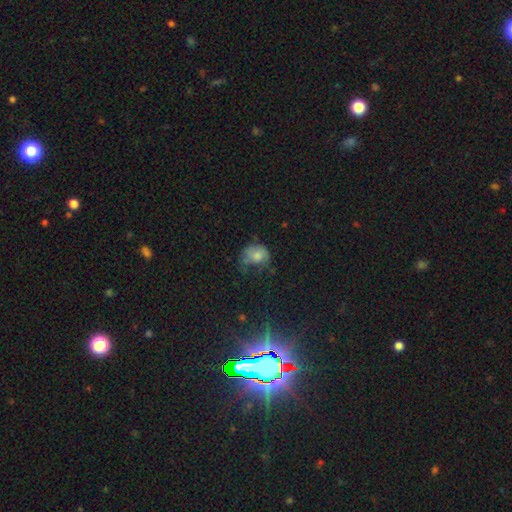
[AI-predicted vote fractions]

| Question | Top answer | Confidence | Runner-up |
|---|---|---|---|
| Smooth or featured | smooth | 60% | featured or disk (21%) |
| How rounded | in between | 52% | round (47%) |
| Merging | none | 41% | minor disturbance (33%) |